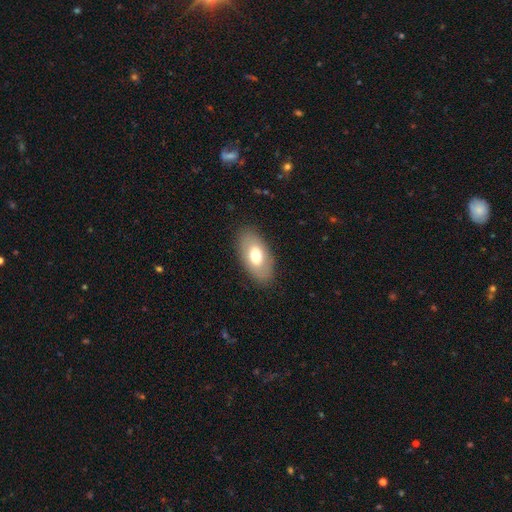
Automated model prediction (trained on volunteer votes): Smooth or featured? Predicted: smooth (p=0.66). How rounded? Predicted: in between (p=0.93). Merging? Predicted: none (p=0.85).